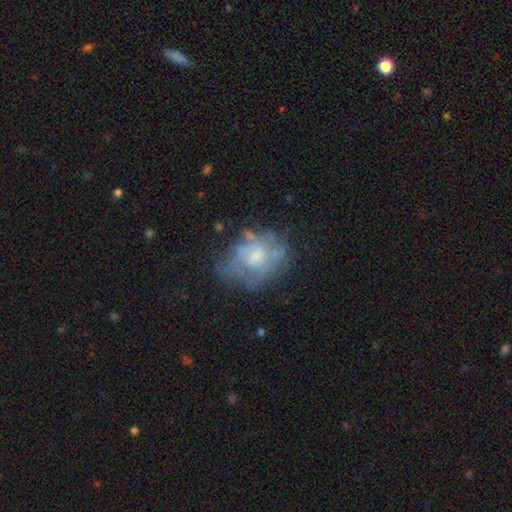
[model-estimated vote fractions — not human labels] smooth-or-featured: featured or disk: 58% | smooth: 33% | star or artifact: 9%
  disk-edge-on: no: 97% | yes: 3%
    bar: no: 73% | weak: 23% | strong: 4%
    has-spiral-arms: no: 65% | yes: 35%
    bulge-size: moderate: 44% | small: 33% | none: 14% | large: 8% | dominant: 1%
  merging: none: 48% | minor disturbance: 26% | major disturbance: 22% | merger: 5%